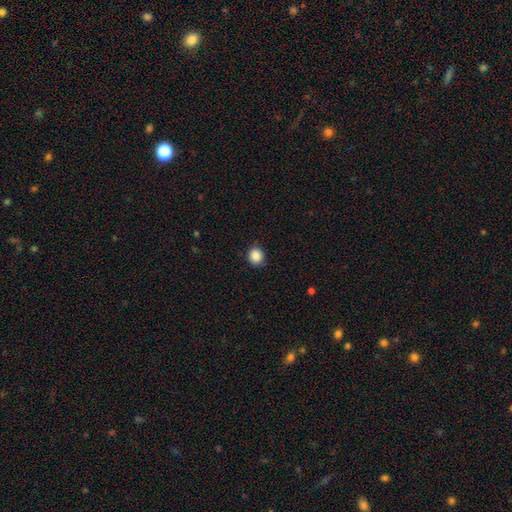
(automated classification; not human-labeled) A smooth galaxy with no disk features (88%) that is round (79%). Merging: none (87%).